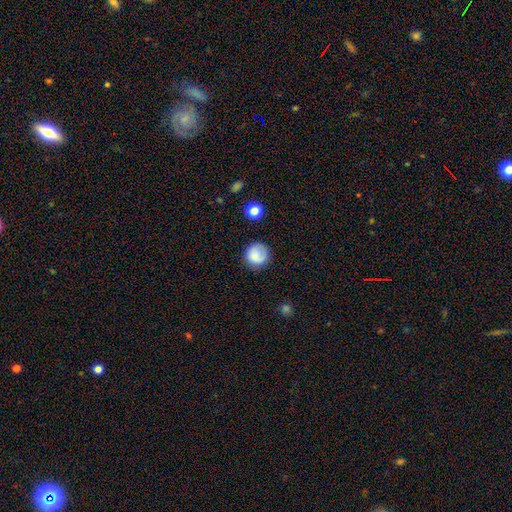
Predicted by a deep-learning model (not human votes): Morphology: type=smooth (82%); roundness=round (93%); merging=none (80%).